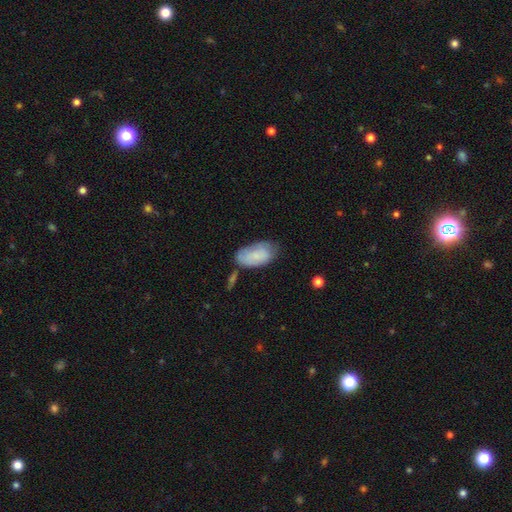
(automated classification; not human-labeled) smooth 76%, featured or disk 17%, star or artifact 7%. Down the decision tree: how rounded — in between (94%); merging — none (50%).